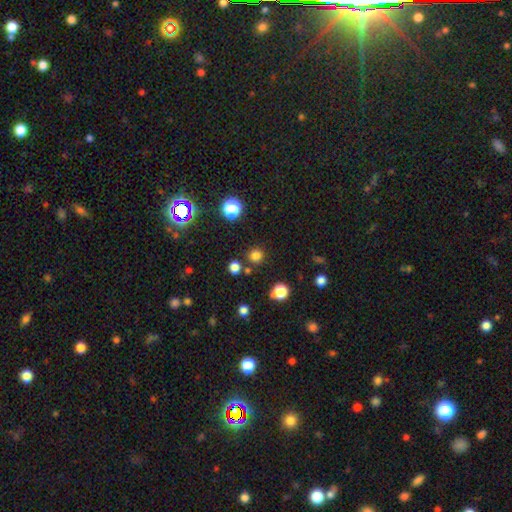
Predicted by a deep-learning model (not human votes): smooth-or-featured: smooth: 77% | star or artifact: 19% | featured or disk: 4%
  how-rounded: round: 93% | in between: 6% | cigar-shaped: 1%
  merging: none: 84% | minor disturbance: 7% | merger: 7% | major disturbance: 3%